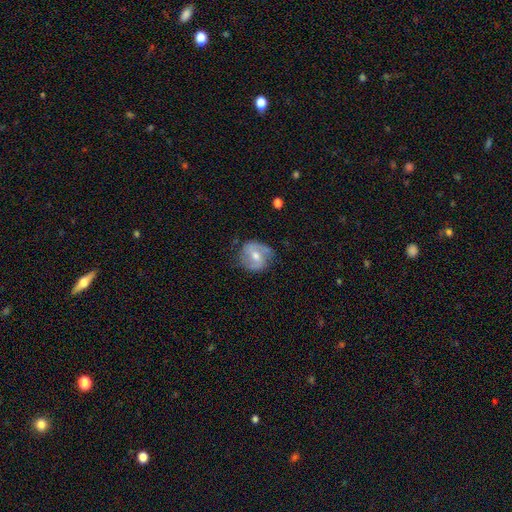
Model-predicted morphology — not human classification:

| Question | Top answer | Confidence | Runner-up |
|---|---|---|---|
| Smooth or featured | featured or disk | 73% | smooth (20%) |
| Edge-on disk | no | 97% | yes (3%) |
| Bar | weak | 45% | strong (32%) |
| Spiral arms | yes | 86% | no (14%) |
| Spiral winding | medium | 47% | tight (27%) |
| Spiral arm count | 2 | 85% | can't tell (8%) |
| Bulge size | moderate | 64% | small (31%) |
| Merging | none | 73% | minor disturbance (19%) |